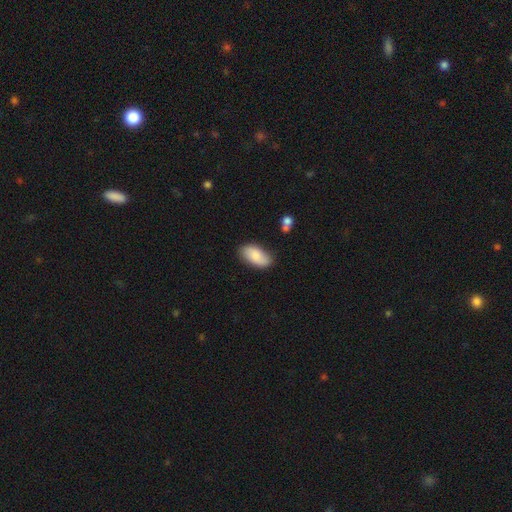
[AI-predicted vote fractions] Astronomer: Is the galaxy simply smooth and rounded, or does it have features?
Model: smooth — 79%.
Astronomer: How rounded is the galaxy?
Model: in between — 94%.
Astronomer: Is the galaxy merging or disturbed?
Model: none — 78%.